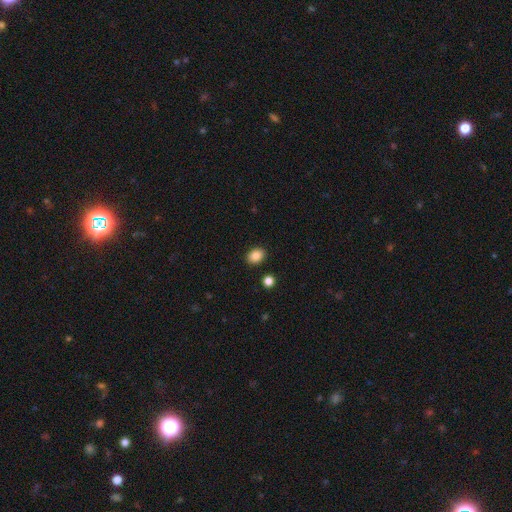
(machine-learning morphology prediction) smooth 86%, star or artifact 9%, featured or disk 4%. Down the decision tree: how rounded — in between (62%); merging — none (89%).